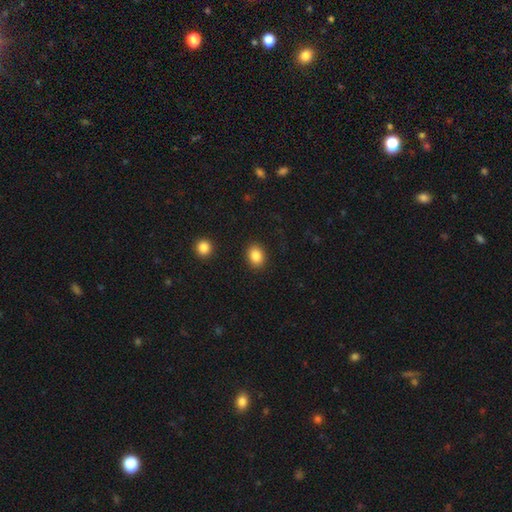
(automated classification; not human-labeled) smooth-or-featured: smooth: 86% | star or artifact: 9% | featured or disk: 5%
  how-rounded: in between: 59% | round: 40% | cigar-shaped: 1%
  merging: none: 89% | minor disturbance: 7% | major disturbance: 2% | merger: 2%